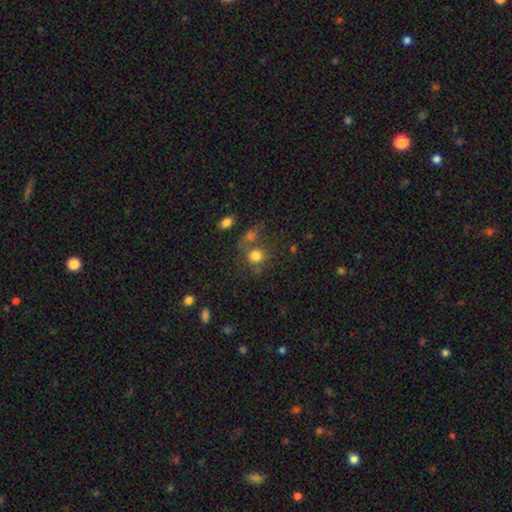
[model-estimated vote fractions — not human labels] Smooth or featured?
  - smooth: 78% *
  - star or artifact: 13%
  - featured or disk: 10%
How rounded?
  - round: 85% *
  - in between: 13%
  - cigar-shaped: 1%
Merging?
  - none: 58% *
  - merger: 21%
  - minor disturbance: 13%
  - major disturbance: 8%